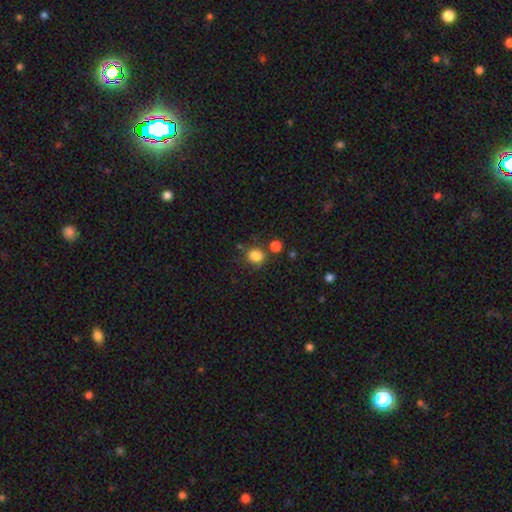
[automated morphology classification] smooth 83%, star or artifact 12%, featured or disk 5%. Down the decision tree: how rounded — round (77%); merging — none (73%).